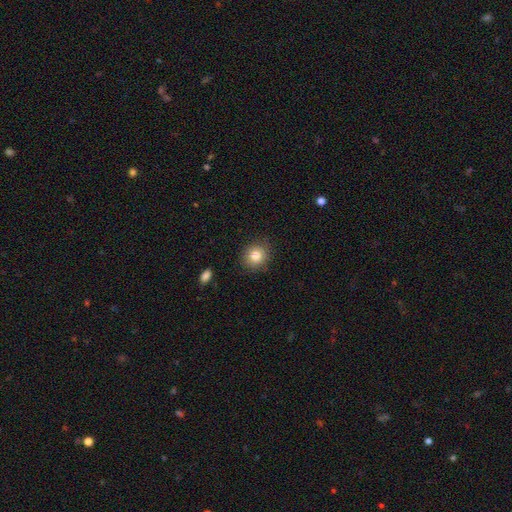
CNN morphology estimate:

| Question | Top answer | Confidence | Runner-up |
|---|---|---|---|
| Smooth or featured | smooth | 83% | star or artifact (10%) |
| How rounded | round | 78% | in between (21%) |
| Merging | none | 86% | minor disturbance (10%) |